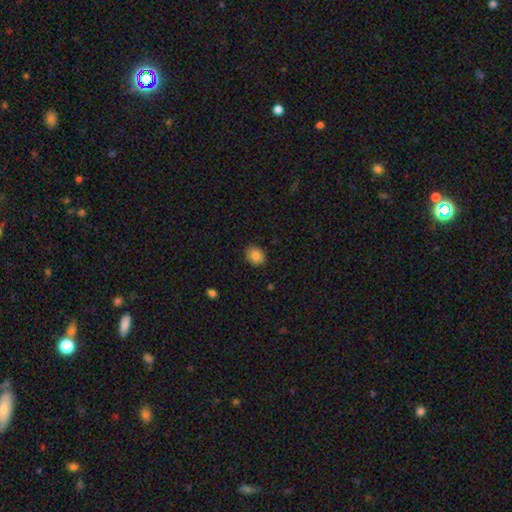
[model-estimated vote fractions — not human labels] Smooth or featured? Predicted: smooth (p=0.84). How rounded? Predicted: round (p=0.58). Merging? Predicted: none (p=0.87).